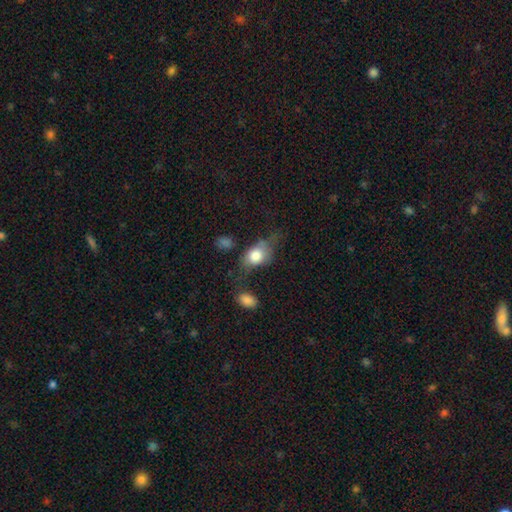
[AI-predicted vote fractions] Smooth or featured?
  - smooth: 74% *
  - featured or disk: 18%
  - star or artifact: 8%
How rounded?
  - in between: 71% *
  - round: 25%
  - cigar-shaped: 4%
Merging?
  - none: 40% *
  - minor disturbance: 31%
  - major disturbance: 22%
  - merger: 8%